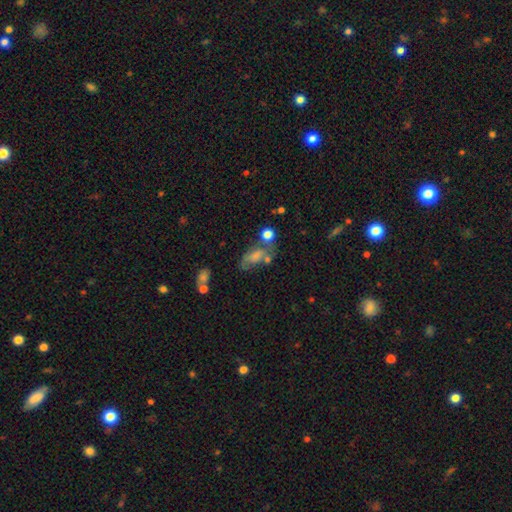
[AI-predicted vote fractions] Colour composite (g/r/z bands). It shows a smooth galaxy with no disk features (56%) that is in between round and cigar-shaped (81%). Merging: none (37%).